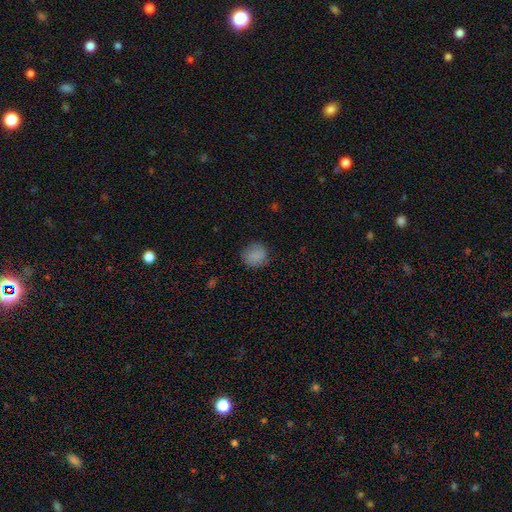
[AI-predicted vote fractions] smooth 83%, star or artifact 10%, featured or disk 7%. Down the decision tree: how rounded — round (83%); merging — none (80%).